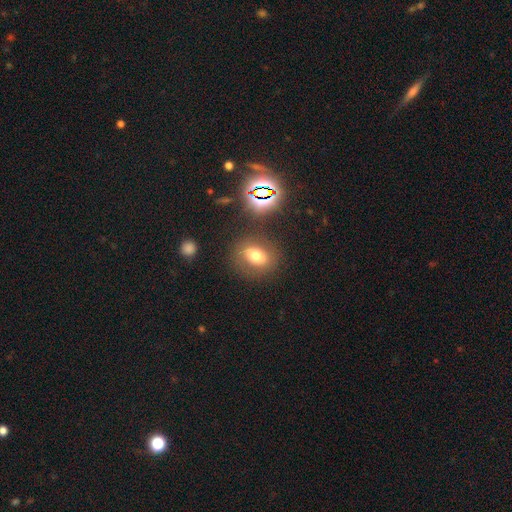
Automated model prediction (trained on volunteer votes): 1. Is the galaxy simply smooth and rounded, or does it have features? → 66% smooth, 17% featured or disk, 16% star or artifact.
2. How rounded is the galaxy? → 59% in between, 38% round, 2% cigar-shaped.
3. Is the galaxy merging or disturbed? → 80% none, 11% minor disturbance, 5% major disturbance, 4% merger.